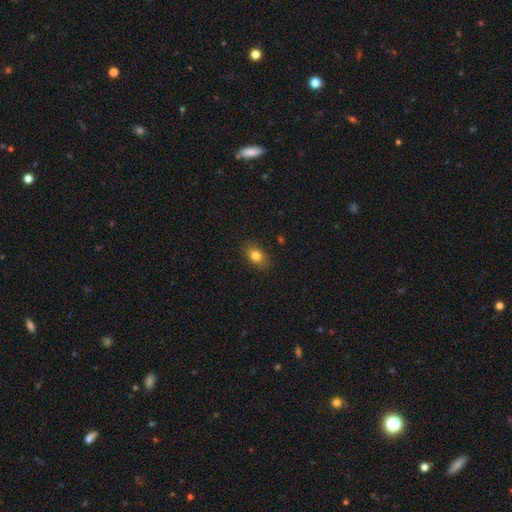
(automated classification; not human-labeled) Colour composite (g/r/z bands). It shows a smooth galaxy with no disk features (81%) that is in between round and cigar-shaped (80%). Merging: none (86%).